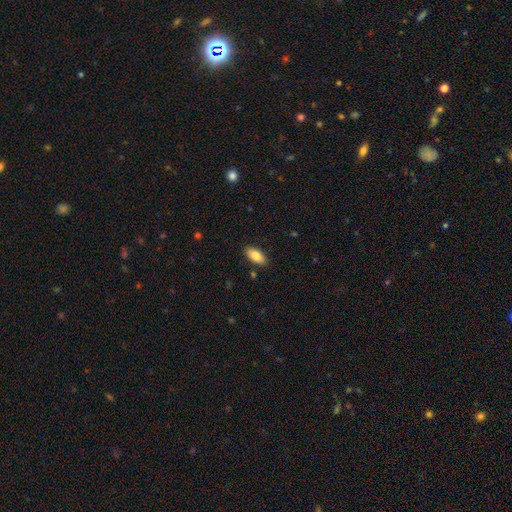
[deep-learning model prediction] Smooth or featured? smooth (84%)
How rounded? in between (93%)
Merging? none (88%)